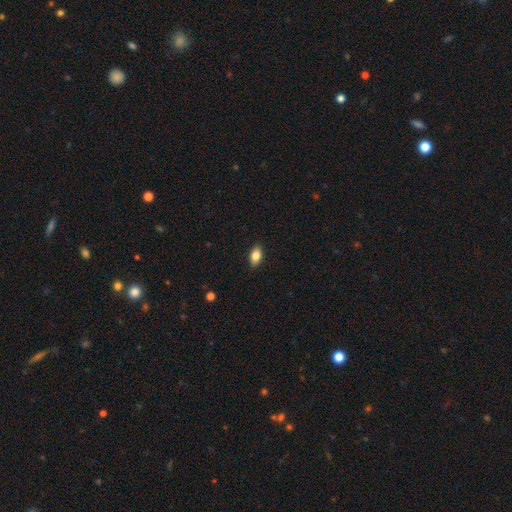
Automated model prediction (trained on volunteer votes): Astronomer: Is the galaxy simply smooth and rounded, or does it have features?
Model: smooth — 82%.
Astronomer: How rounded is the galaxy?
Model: in between — 89%.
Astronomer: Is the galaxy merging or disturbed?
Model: none — 88%.